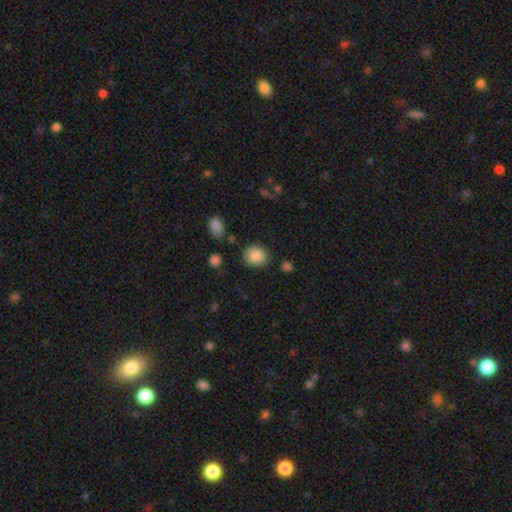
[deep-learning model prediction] Smooth or featured? smooth (87%)
How rounded? round (74%)
Merging? none (81%)